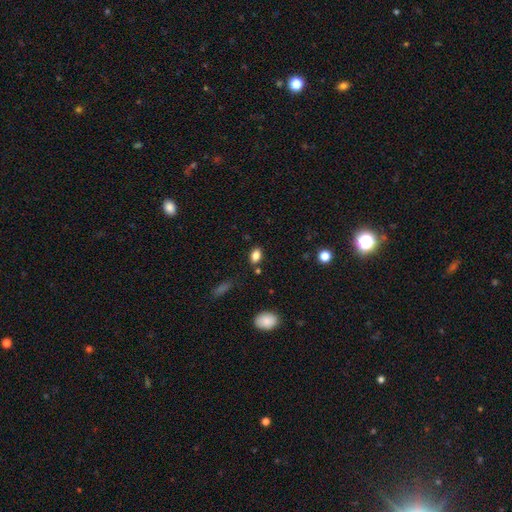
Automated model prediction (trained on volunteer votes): Smooth or featured: smooth — 83% (star or artifact — 11%)
How rounded: in between — 82% (round — 16%)
Merging: none — 82% (minor disturbance — 11%)